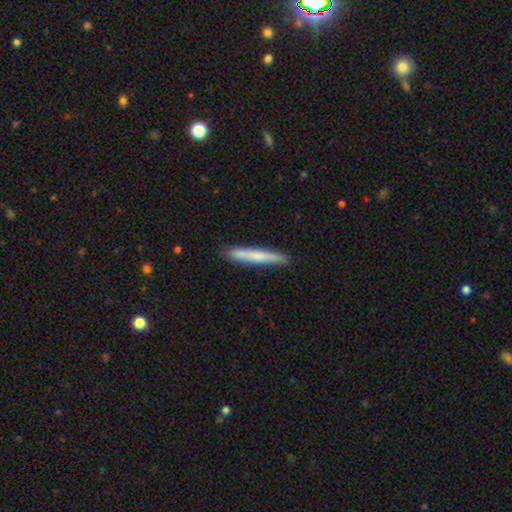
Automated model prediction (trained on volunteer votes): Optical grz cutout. It shows a smooth galaxy with no disk features (65%) that is cigar-shaped (96%). Merging: none (89%).